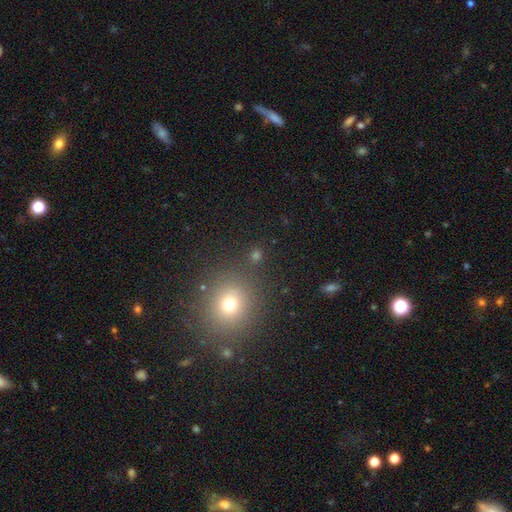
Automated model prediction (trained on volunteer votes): smooth 60%, star or artifact 32%, featured or disk 8%. Down the decision tree: how rounded — round (84%); merging — none (82%).